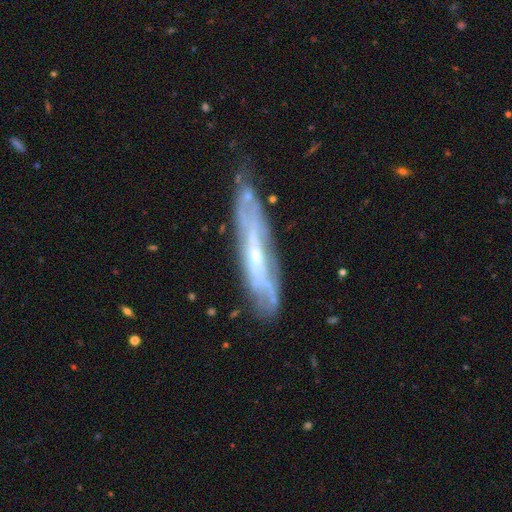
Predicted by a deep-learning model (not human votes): Overall: featured or disk (73%). Edge-on disk: yes (57%; no 43%). Merging: none (65%).